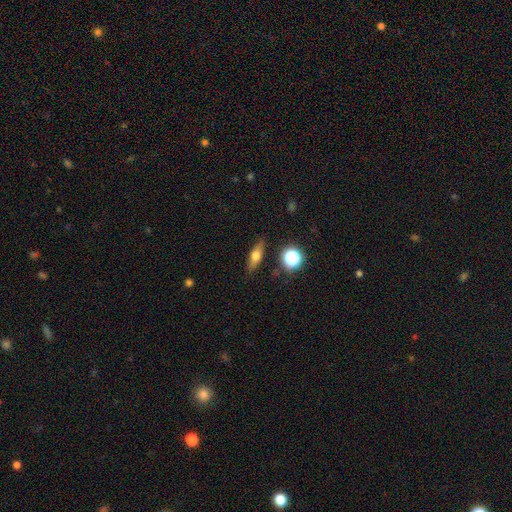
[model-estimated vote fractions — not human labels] This appears to be a smooth galaxy with no disk features (57%) that is in between round and cigar-shaped (47%). Merging: none (85%).